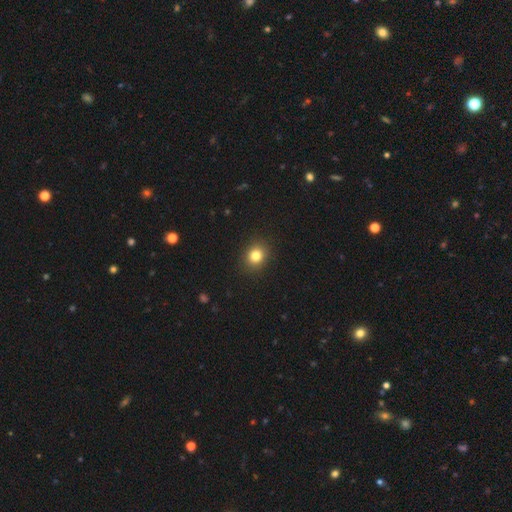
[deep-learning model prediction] smooth 82%, star or artifact 12%, featured or disk 6%. Down the decision tree: how rounded — round (69%); merging — none (90%).